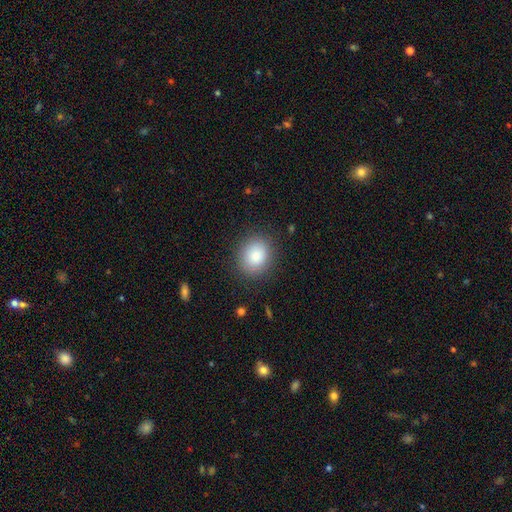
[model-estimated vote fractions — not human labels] This appears to be a smooth galaxy with no disk features (85%) that is round (71%). Merging: none (86%).